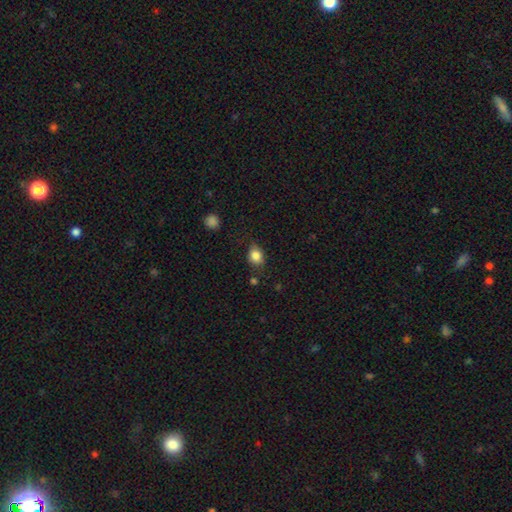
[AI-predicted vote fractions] smooth-or-featured: smooth: 84% | star or artifact: 10% | featured or disk: 6%
  how-rounded: in between: 55% | round: 44% | cigar-shaped: 1%
  merging: none: 73% | minor disturbance: 20% | major disturbance: 4% | merger: 3%